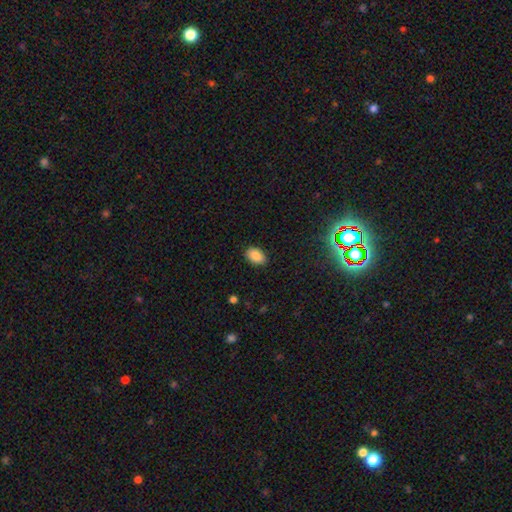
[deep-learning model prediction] smooth-or-featured: smooth: 87% | star or artifact: 9% | featured or disk: 5%
  how-rounded: in between: 89% | round: 9% | cigar-shaped: 1%
  merging: none: 87% | minor disturbance: 10% | major disturbance: 2% | merger: 1%